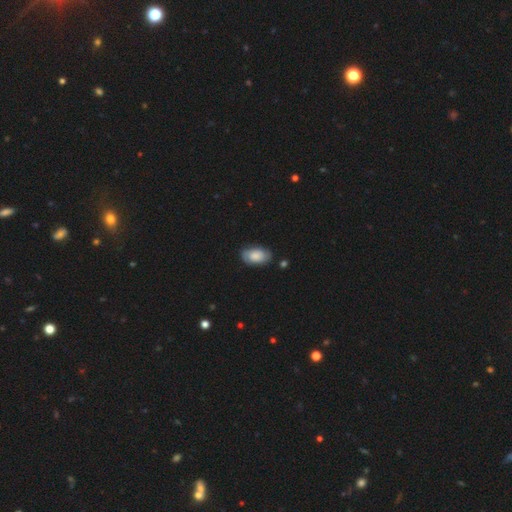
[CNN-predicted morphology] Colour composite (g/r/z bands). It shows a smooth galaxy with no disk features (73%) that is in between round and cigar-shaped (93%). Merging: none (77%).